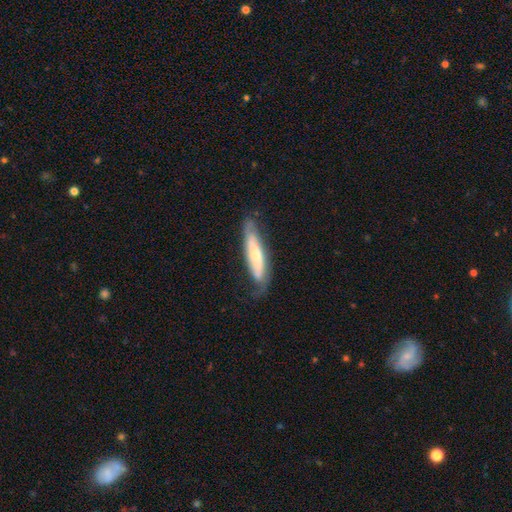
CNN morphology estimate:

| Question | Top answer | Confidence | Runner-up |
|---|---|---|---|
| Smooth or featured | featured or disk | 52% | smooth (42%) |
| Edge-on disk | no | 52% | yes (48%) |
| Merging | none | 63% | minor disturbance (26%) |